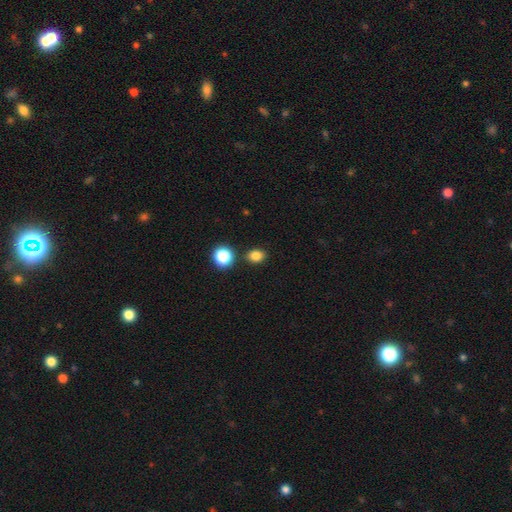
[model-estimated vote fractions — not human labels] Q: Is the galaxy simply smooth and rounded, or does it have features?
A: smooth — 82%.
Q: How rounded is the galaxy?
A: round — 52%.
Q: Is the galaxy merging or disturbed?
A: none — 82%.